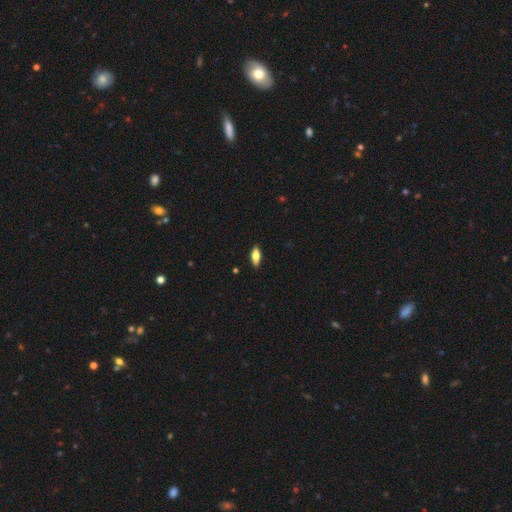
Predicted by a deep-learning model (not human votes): A smooth galaxy with no disk features (68%) that is in between round and cigar-shaped (75%). Merging: none (88%).